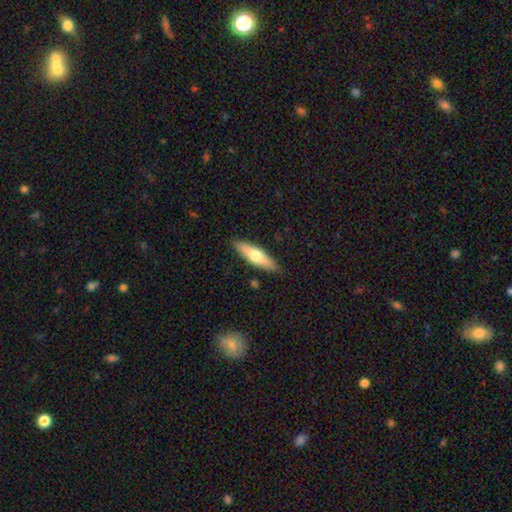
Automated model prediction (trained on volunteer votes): A smooth galaxy with no disk features (57%) that is cigar-shaped (62%).

Vote fractions:
- Smooth or featured? smooth: 57% / featured or disk: 37% / star or artifact: 5%
- How rounded? cigar-shaped: 62% / in between: 36% / round: 2%
- Merging? none: 88% / minor disturbance: 9% / major disturbance: 2% / merger: 1%